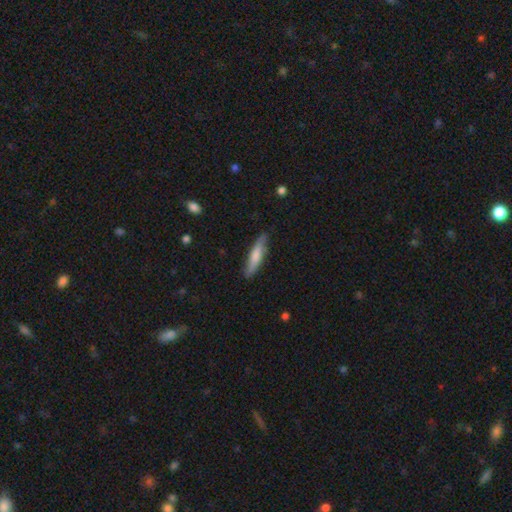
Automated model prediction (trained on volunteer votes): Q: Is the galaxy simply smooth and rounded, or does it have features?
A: smooth — 64%.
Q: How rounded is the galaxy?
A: cigar-shaped — 81%.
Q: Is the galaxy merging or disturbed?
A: none — 79%.